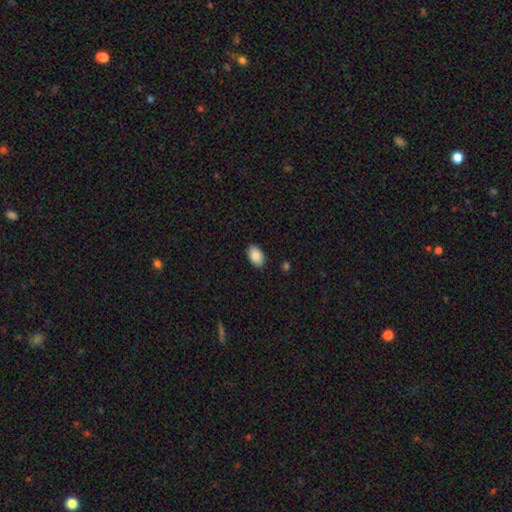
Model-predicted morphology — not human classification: A smooth galaxy with no disk features (87%) that is in between round and cigar-shaped (93%).

Vote fractions:
- Smooth or featured? smooth: 87% / star or artifact: 7% / featured or disk: 6%
- How rounded? in between: 93% / round: 6% / cigar-shaped: 1%
- Merging? none: 87% / minor disturbance: 10% / major disturbance: 2% / merger: 1%